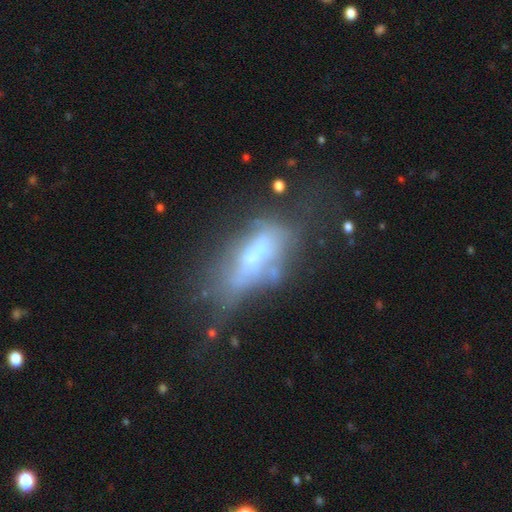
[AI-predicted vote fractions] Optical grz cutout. It shows a featured or disk galaxy (53%). Merging: major disturbance (37%).